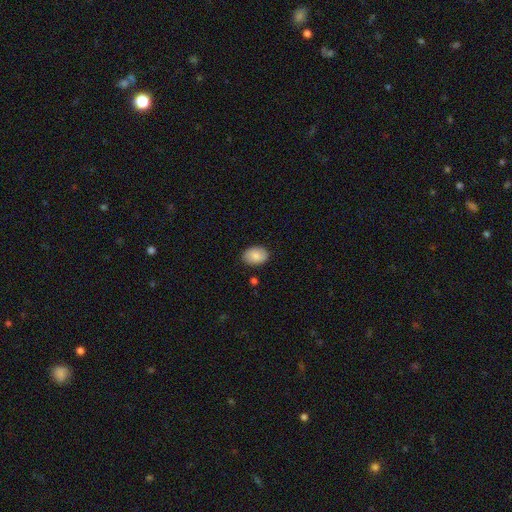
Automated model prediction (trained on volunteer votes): smooth 85%, featured or disk 8%, star or artifact 7%. Down the decision tree: how rounded — in between (80%); merging — none (86%).